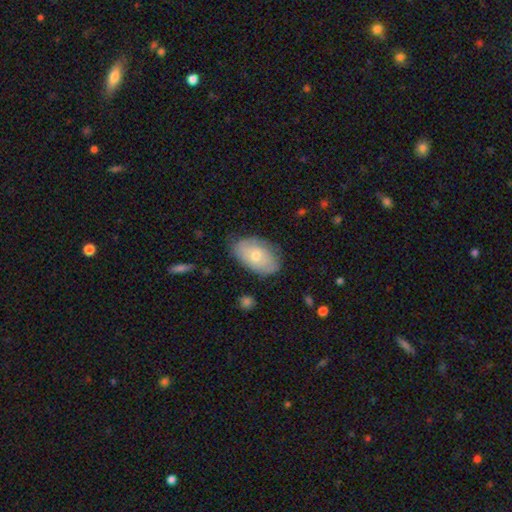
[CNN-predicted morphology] Q: Smooth or featured?
A: smooth (59%); runner-up: featured or disk (35%)
Q: How rounded?
A: in between (92%); runner-up: round (6%)
Q: Merging?
A: none (73%); runner-up: minor disturbance (21%)